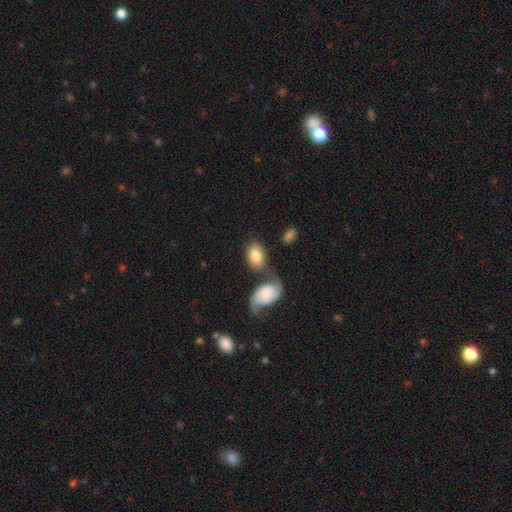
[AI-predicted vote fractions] Q: Smooth or featured?
A: smooth (75%); runner-up: featured or disk (19%)
Q: How rounded?
A: in between (88%); runner-up: round (10%)
Q: Merging?
A: none (43%); runner-up: merger (35%)